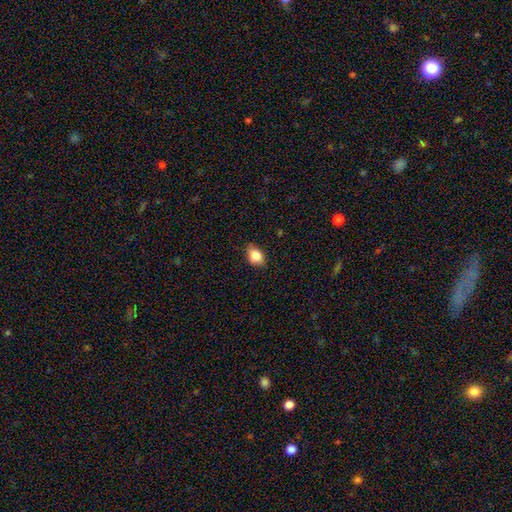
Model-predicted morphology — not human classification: Smooth or featured? Predicted: smooth (p=0.83). How rounded? Predicted: in between (p=0.73). Merging? Predicted: none (p=0.80).